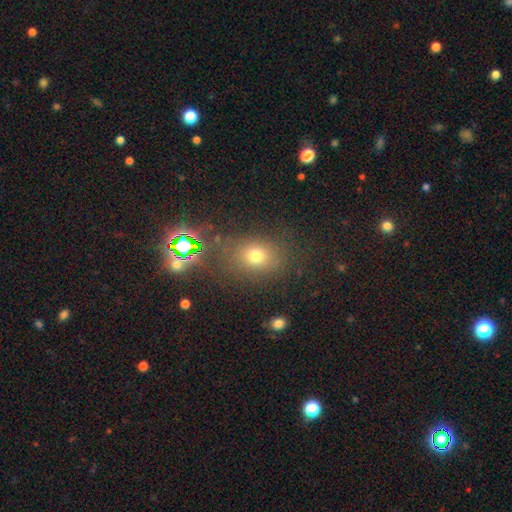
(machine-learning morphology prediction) A smooth galaxy with no disk features (68%) that is round (55%).

Vote fractions:
- Smooth or featured? smooth: 68% / star or artifact: 23% / featured or disk: 10%
- How rounded? round: 55% / in between: 44% / cigar-shaped: 1%
- Merging? none: 77% / minor disturbance: 12% / major disturbance: 6% / merger: 5%